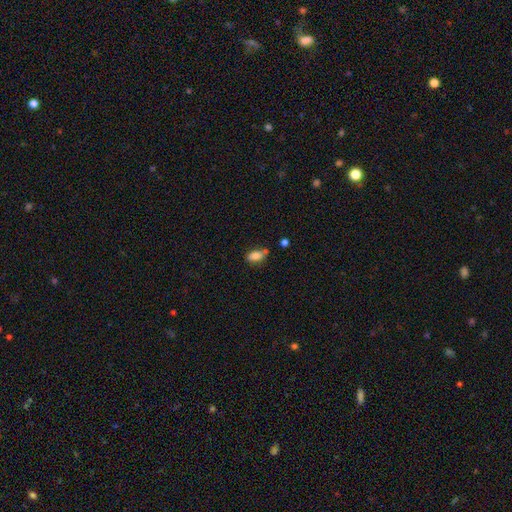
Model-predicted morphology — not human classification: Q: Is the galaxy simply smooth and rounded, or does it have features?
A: smooth — 84%.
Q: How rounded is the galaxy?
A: in between — 89%.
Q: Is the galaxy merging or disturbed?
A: none — 64%.